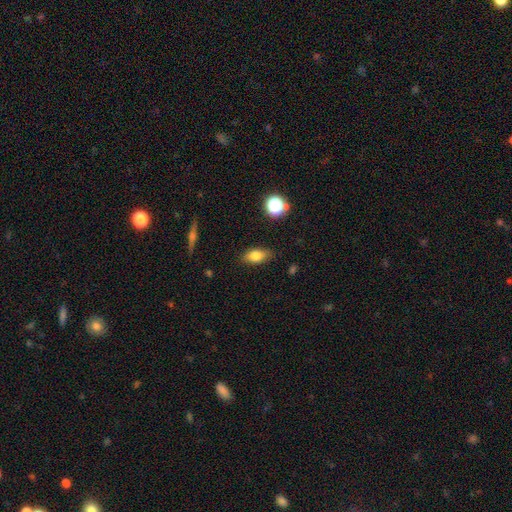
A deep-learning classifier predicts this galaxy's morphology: type=smooth (78%); roundness=in between (83%); merging=none (82%).